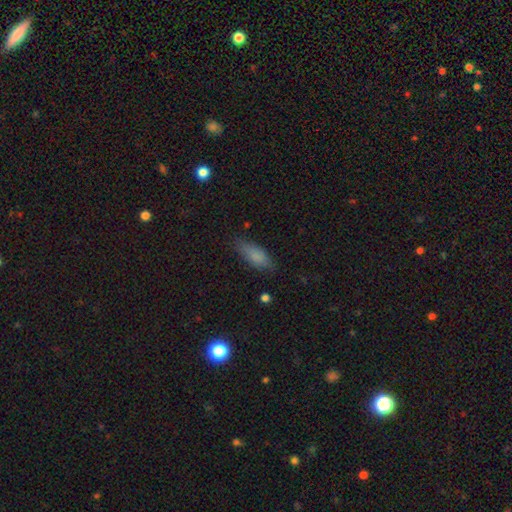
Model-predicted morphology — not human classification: Smooth or featured?
  - smooth: 81% *
  - featured or disk: 11%
  - star or artifact: 8%
How rounded?
  - in between: 73% *
  - cigar-shaped: 25%
  - round: 2%
Merging?
  - none: 75% *
  - minor disturbance: 20%
  - major disturbance: 4%
  - merger: 2%